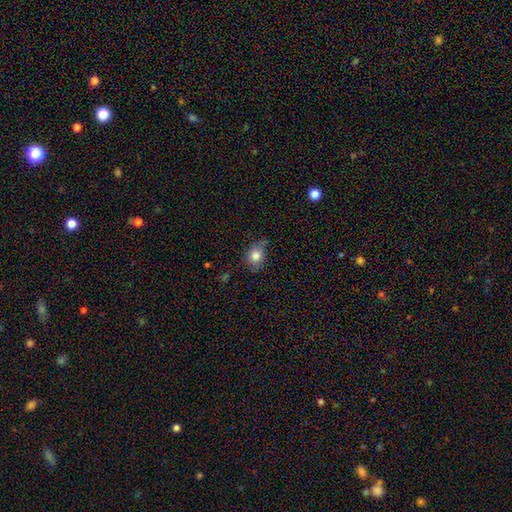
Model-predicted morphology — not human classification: smooth 82%, star or artifact 10%, featured or disk 9%. Down the decision tree: how rounded — round (52%); merging — none (60%).